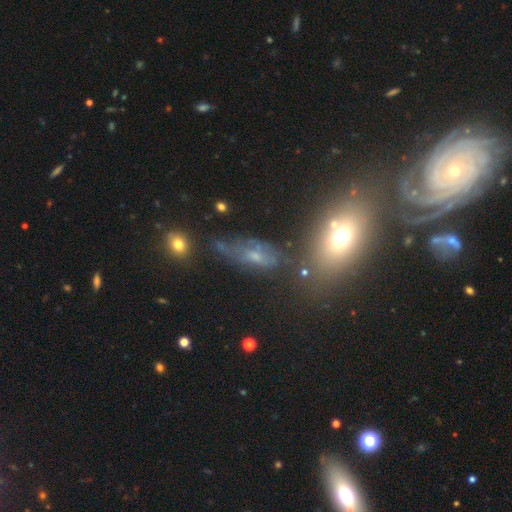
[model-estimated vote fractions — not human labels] smooth_or_featured: featured or disk (p=0.44) [alt: smooth p=0.36]
merging: none (p=0.45) [alt: minor disturbance p=0.26]